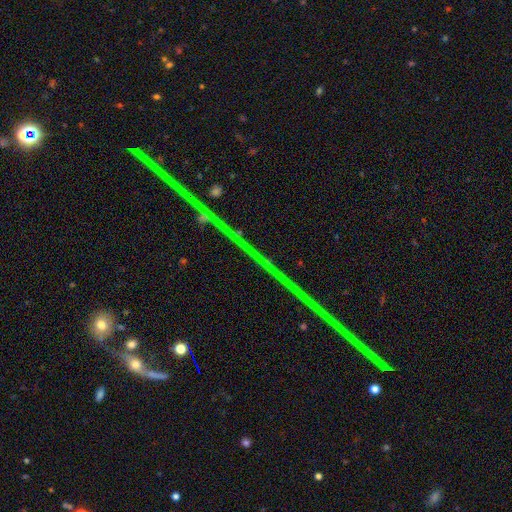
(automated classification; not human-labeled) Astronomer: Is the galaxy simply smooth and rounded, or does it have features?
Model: star or artifact — 81%.